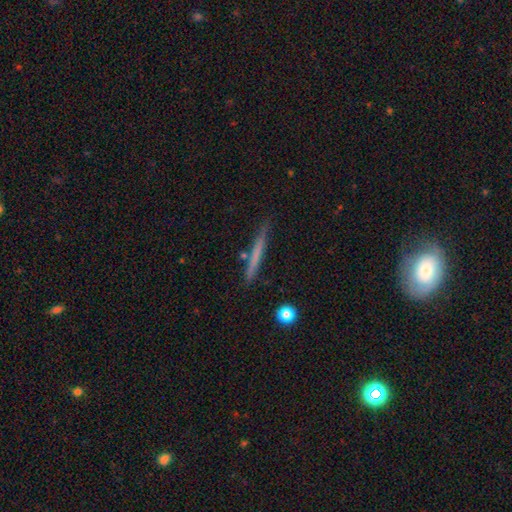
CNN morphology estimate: smooth_or_featured: smooth (p=0.57) [alt: featured or disk p=0.37]
how_rounded: cigar-shaped (p=0.96) [alt: in between p=0.02]
merging: none (p=0.83) [alt: minor disturbance p=0.12]